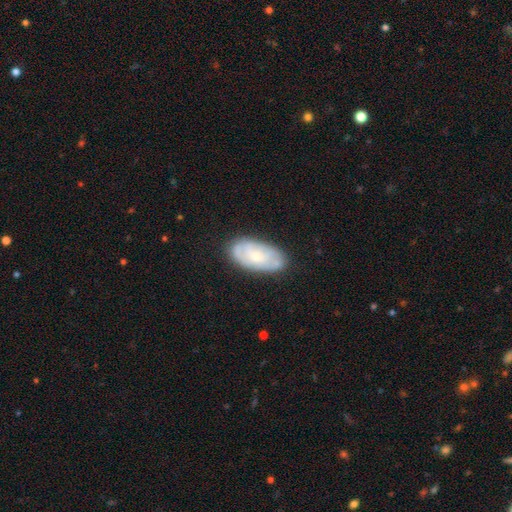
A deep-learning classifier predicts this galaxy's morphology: featured or disk 52%, smooth 42%, star or artifact 6%. Down the decision tree: edge-on disk — no (92%); merging — none (76%).